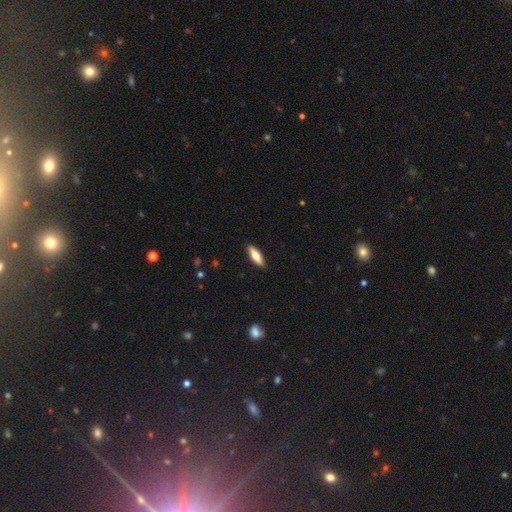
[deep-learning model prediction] Morphology: type=smooth (72%); roundness=in between (54%); merging=none (88%).